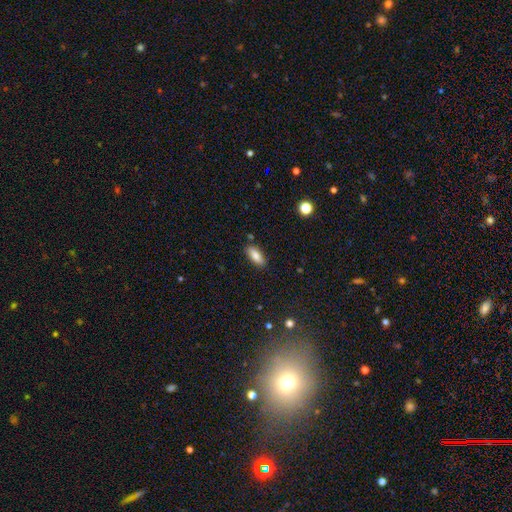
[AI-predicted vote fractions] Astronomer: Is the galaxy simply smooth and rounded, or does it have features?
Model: smooth — 84%.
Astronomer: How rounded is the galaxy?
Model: in between — 79%.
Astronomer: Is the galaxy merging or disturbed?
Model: none — 85%.